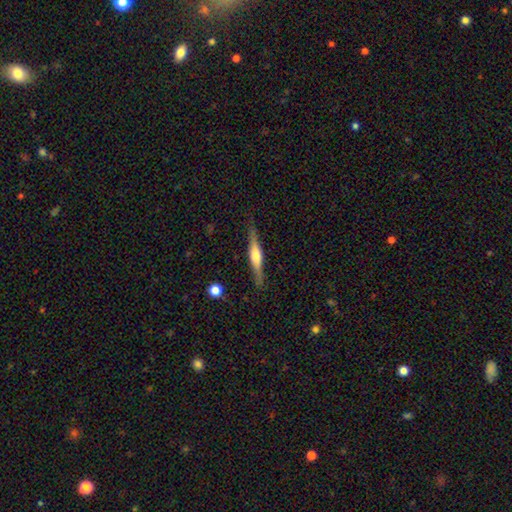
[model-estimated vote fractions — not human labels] This is likely a featured or disk galaxy (68%). It is clearly viewed edge-on (97%). Edge-on bulge: likely rounded (77%). Merging: clearly none (86%).